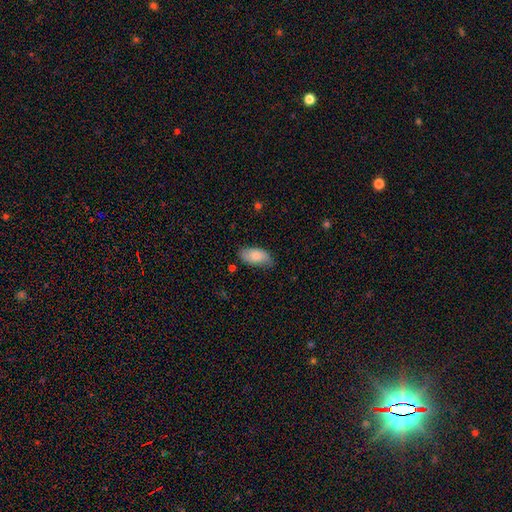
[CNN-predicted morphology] A smooth galaxy with no disk features (81%) that is in between round and cigar-shaped (94%). Merging: none (72%).